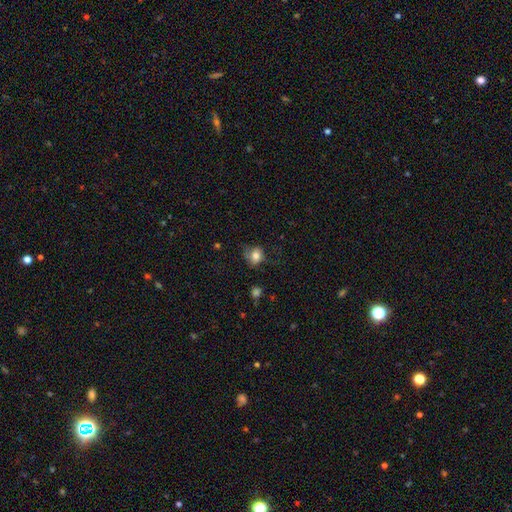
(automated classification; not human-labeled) A smooth galaxy with no disk features (76%) that is round (55%). Merging: none (51%).